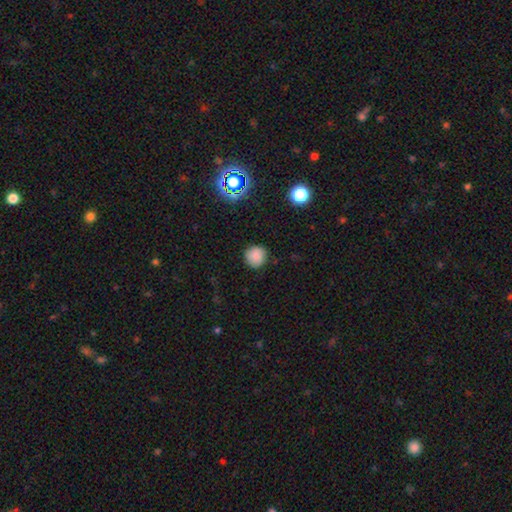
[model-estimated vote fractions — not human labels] Smooth or featured? smooth (82%)
How rounded? round (93%)
Merging? none (87%)